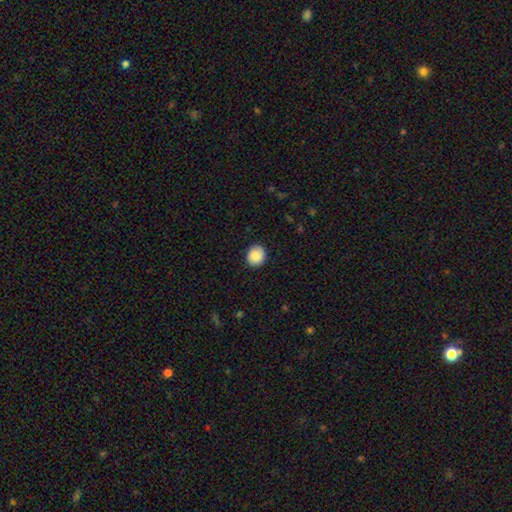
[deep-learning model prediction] Smooth or featured: smooth — 88% (star or artifact — 8%)
How rounded: round — 80% (in between — 20%)
Merging: none — 90% (minor disturbance — 7%)